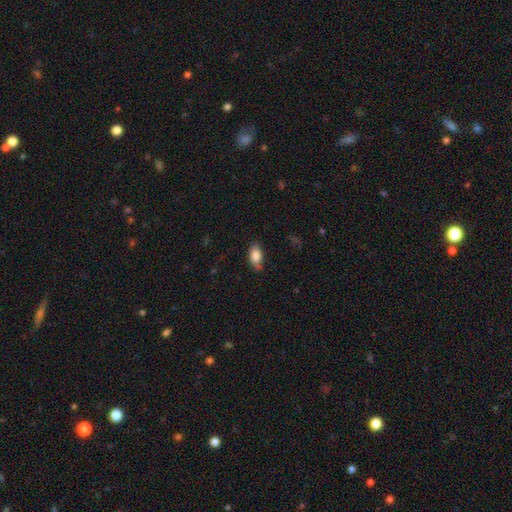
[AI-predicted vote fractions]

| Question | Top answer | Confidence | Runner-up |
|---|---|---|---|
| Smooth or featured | smooth | 85% | star or artifact (7%) |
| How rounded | in between | 90% | round (6%) |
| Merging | none | 71% | minor disturbance (22%) |